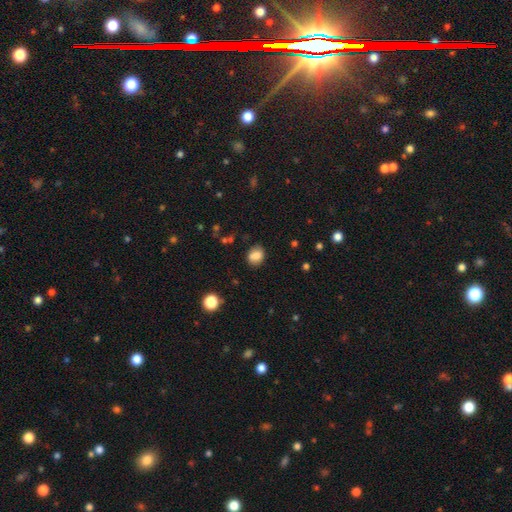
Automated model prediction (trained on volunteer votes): smooth-or-featured: smooth: 82% | star or artifact: 10% | featured or disk: 9%
  how-rounded: in between: 49% (tied) | round: 49% (tied) | cigar-shaped: 1%
  merging: none: 81% | minor disturbance: 13% | major disturbance: 3% | merger: 2%